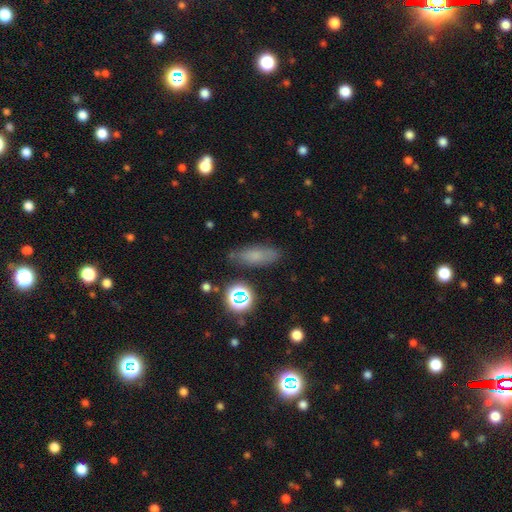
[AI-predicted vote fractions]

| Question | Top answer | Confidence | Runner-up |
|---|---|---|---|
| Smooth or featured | smooth | 64% | star or artifact (18%) |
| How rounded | in between | 60% | cigar-shaped (32%) |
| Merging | none | 75% | minor disturbance (17%) |